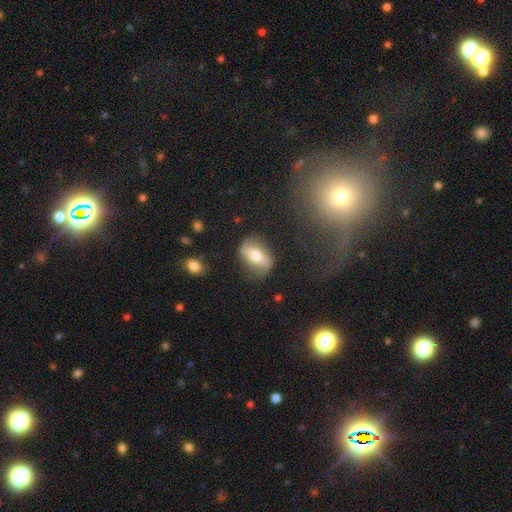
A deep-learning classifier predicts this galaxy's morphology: Q: Smooth or featured?
A: featured or disk (59%); runner-up: smooth (34%)
Q: Edge-on disk?
A: no (86%); runner-up: yes (14%)
Q: Bar?
A: strong (49%); runner-up: weak (27%)
Q: Spiral arms?
A: yes (70%); runner-up: no (30%)
Q: Bulge size?
A: moderate (66%); runner-up: small (22%)
Q: Merging?
A: none (71%); runner-up: minor disturbance (19%)